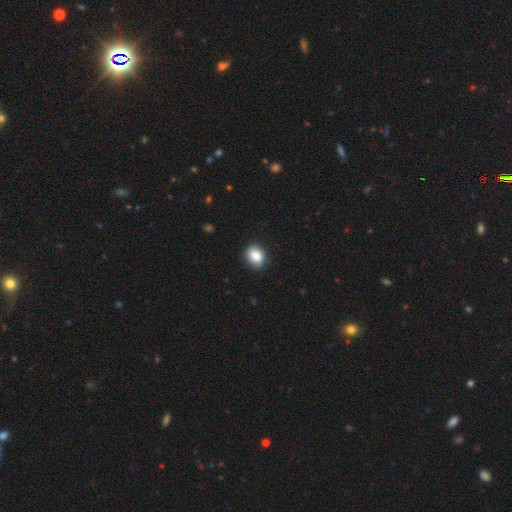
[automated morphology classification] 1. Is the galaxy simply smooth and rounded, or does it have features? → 84% smooth, 8% star or artifact, 7% featured or disk.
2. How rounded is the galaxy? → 52% in between, 47% round, 1% cigar-shaped.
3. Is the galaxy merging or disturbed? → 86% none, 11% minor disturbance, 2% major disturbance, 1% merger.